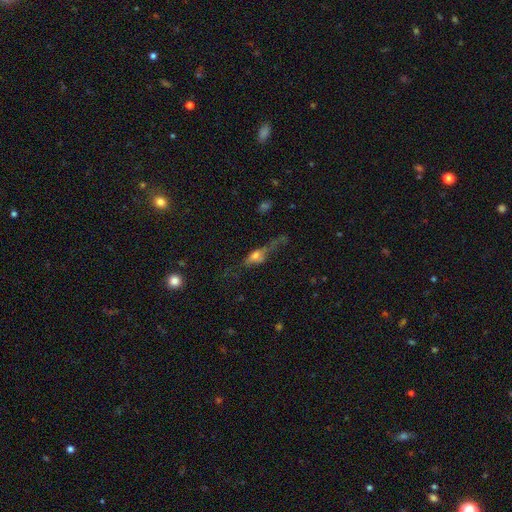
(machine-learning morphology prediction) A featured or disk galaxy (46%). Merging: major disturbance (38%).